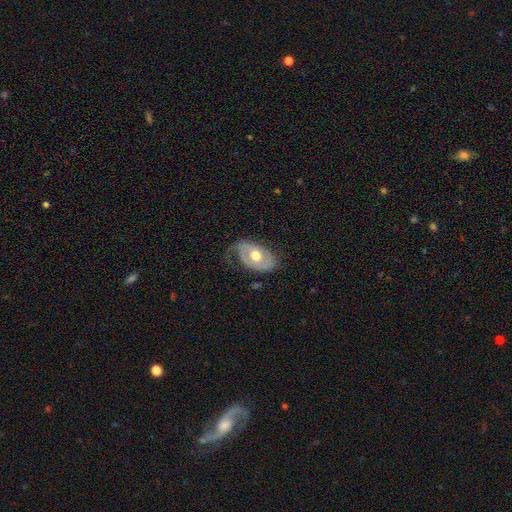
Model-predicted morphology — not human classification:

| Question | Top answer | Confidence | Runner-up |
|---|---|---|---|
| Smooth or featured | featured or disk | 72% | smooth (23%) |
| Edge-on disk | no | 95% | yes (5%) |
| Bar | no | 73% | weak (21%) |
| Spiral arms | yes | 77% | no (23%) |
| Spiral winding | tight | 38% | medium (36%) |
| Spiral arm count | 2 | 49% | 1 (34%) |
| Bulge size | moderate | 72% | large (19%) |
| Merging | none | 47% | minor disturbance (28%) |